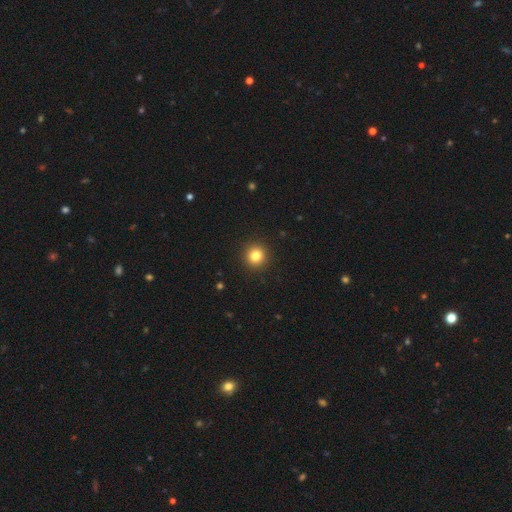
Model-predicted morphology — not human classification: This is clearly a smooth galaxy (82%). How rounded: clearly round (94%). Merging: clearly none (93%).